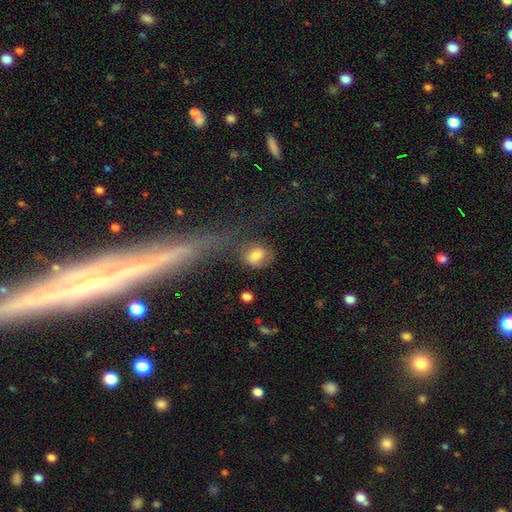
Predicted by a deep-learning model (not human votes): Overall: smooth (72%). How rounded: round (52%; in between 45%). Merging: none (49%; minor disturbance 20%).